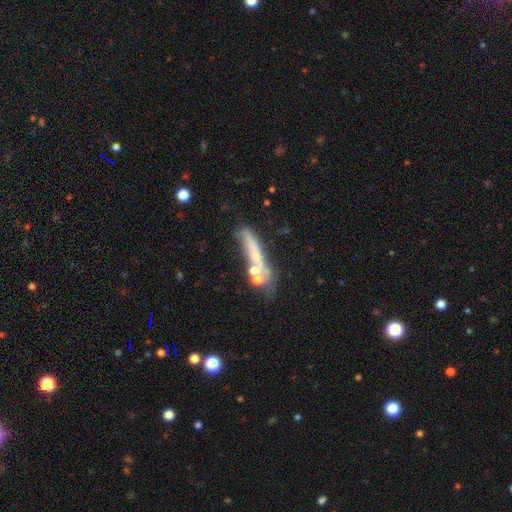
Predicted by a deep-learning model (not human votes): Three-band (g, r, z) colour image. It shows a smooth galaxy with no disk features (48%). Merging: none (54%).